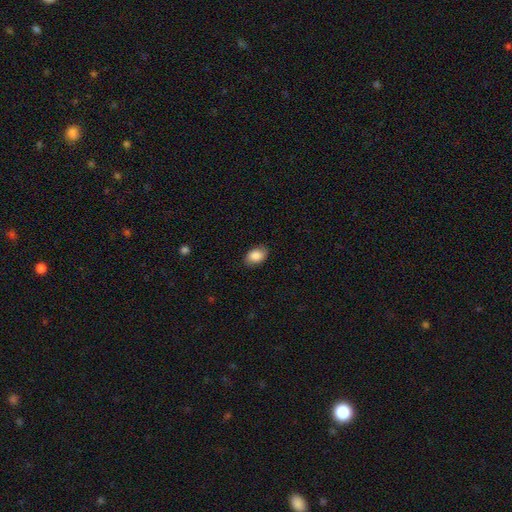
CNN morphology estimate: smooth-or-featured: smooth: 88% | star or artifact: 7% | featured or disk: 5%
  how-rounded: in between: 88% | round: 11% | cigar-shaped: 1%
  merging: none: 85% | minor disturbance: 12% | major disturbance: 3% | merger: 1%